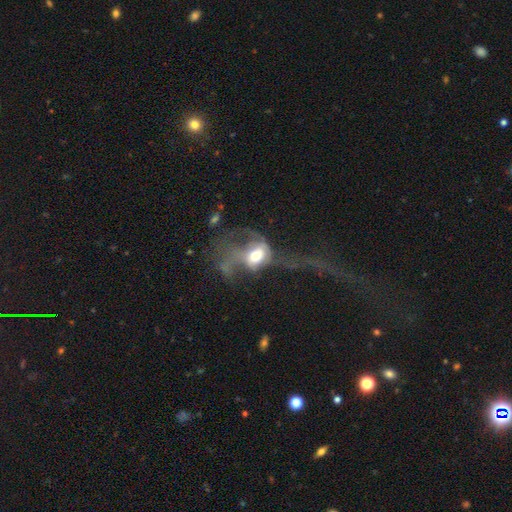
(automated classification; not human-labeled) Overall: featured or disk (57%; smooth 33%). Edge-on disk: no (95%). Bar: no (65%). Spiral arms: no (51%; yes 49%). Bulge size: moderate (55%; large 30%). Merging: major disturbance (70%).